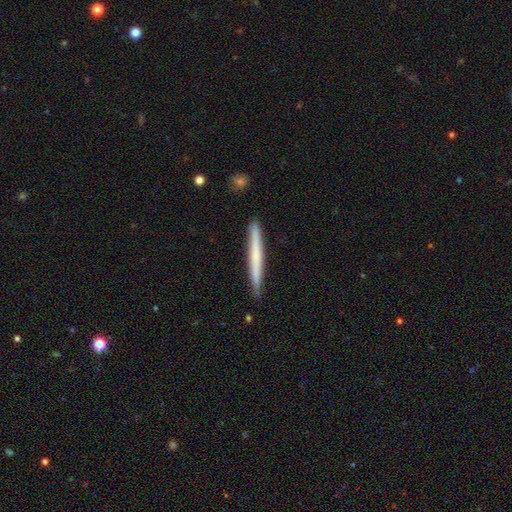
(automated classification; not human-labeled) Smooth or featured? smooth (56%)
How rounded? cigar-shaped (97%)
Merging? none (89%)